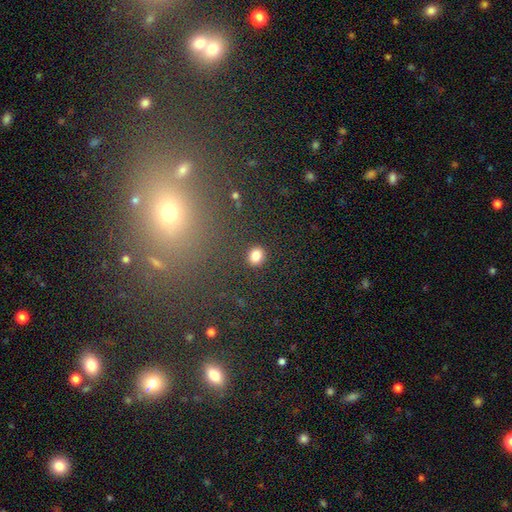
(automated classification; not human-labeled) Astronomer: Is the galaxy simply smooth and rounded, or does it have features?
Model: smooth — 82%.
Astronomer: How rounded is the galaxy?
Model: round — 63%.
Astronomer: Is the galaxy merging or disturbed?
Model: none — 88%.